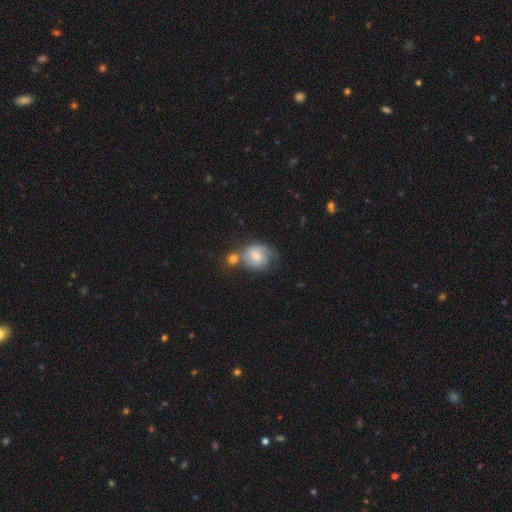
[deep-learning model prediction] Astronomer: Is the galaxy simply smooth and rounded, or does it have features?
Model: smooth — 55% (runner-up: featured or disk, 37%).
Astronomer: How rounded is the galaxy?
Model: round — 60% (runner-up: in between, 39%).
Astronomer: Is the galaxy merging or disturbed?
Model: none — 34% (runner-up: merger, 32%).